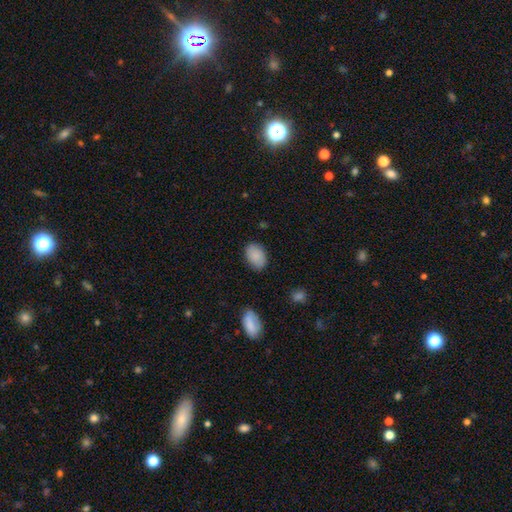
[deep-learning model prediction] A smooth galaxy with no disk features (86%) that is in between round and cigar-shaped (86%). Merging: none (81%).